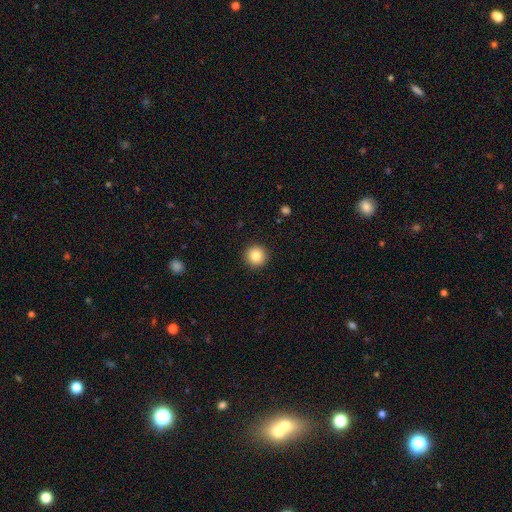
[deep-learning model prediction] Smooth or featured?
  - smooth: 84% *
  - star or artifact: 9%
  - featured or disk: 7%
How rounded?
  - round: 96% *
  - in between: 3%
  - cigar-shaped: 1%
Merging?
  - none: 93% *
  - minor disturbance: 5%
  - major disturbance: 2%
  - merger: 1%